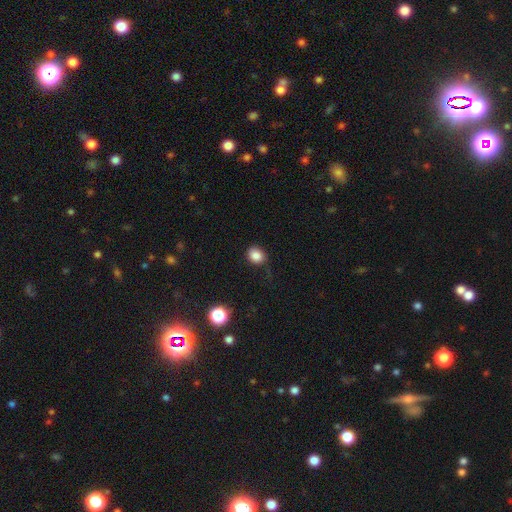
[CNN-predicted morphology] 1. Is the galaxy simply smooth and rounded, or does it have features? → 84% smooth, 11% star or artifact, 5% featured or disk.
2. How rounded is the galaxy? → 57% round, 42% in between, 1% cigar-shaped.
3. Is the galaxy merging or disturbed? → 69% none, 22% minor disturbance, 7% major disturbance, 2% merger.